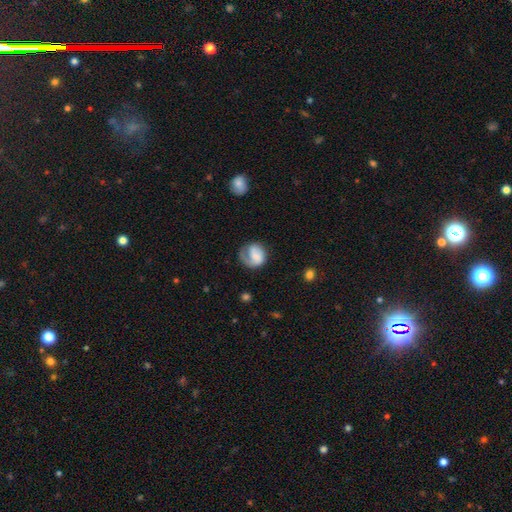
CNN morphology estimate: Smooth or featured? featured or disk (47%)
Merging? none (47%)